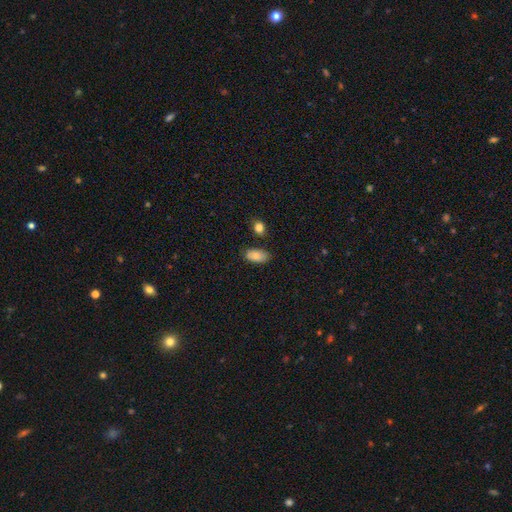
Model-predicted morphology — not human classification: type=smooth (79%); roundness=in between (92%); merging=none (75%).